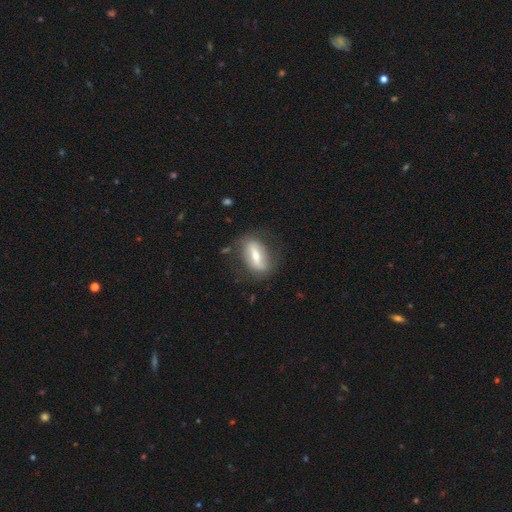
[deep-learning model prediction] A featured or disk galaxy (55%).

Vote fractions:
- Smooth or featured? featured or disk: 55% / smooth: 39% / star or artifact: 7%
- Edge-on disk? no: 72% / yes: 28%
- Merging? none: 73% / minor disturbance: 18% / major disturbance: 7% / merger: 2%